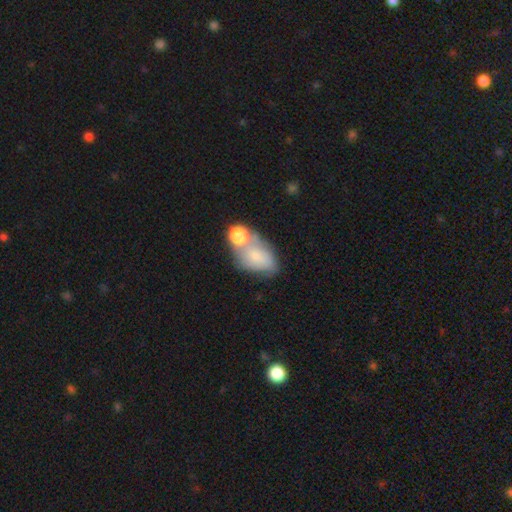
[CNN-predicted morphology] Smooth or featured? Predicted: smooth (p=0.67). How rounded? Predicted: in between (p=0.82). Merging? Predicted: merger (p=0.39).